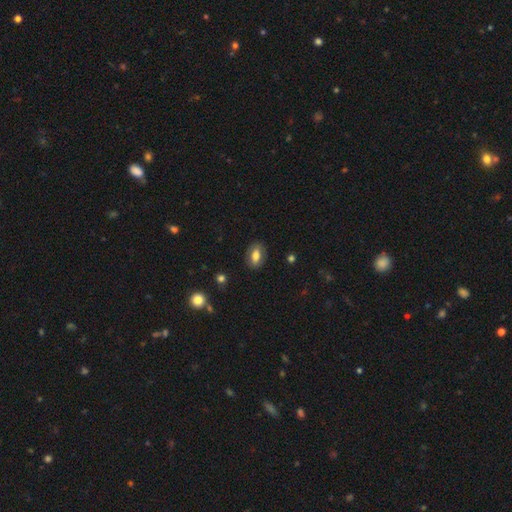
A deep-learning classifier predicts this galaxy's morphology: This is likely a smooth galaxy (78%). How rounded: clearly in between (87%). Merging: clearly none (85%).